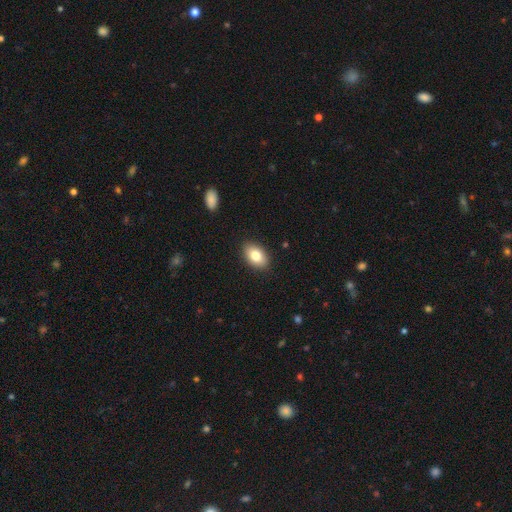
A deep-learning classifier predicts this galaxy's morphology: This appears to be a smooth galaxy with no disk features (82%) that is in between round and cigar-shaped (89%). Merging: none (89%).